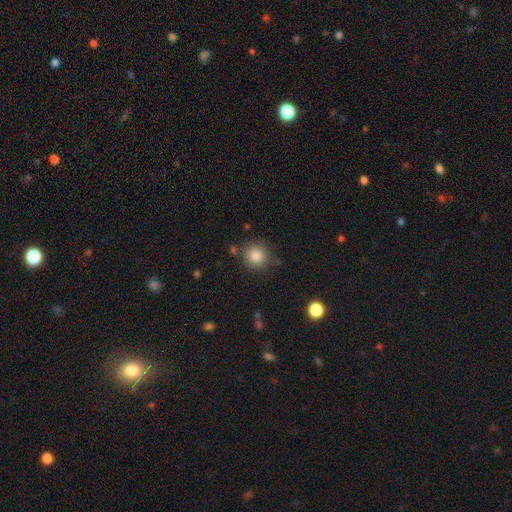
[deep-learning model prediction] Smooth or featured? Predicted: smooth (p=0.86). How rounded? Predicted: round (p=0.91). Merging? Predicted: none (p=0.83).